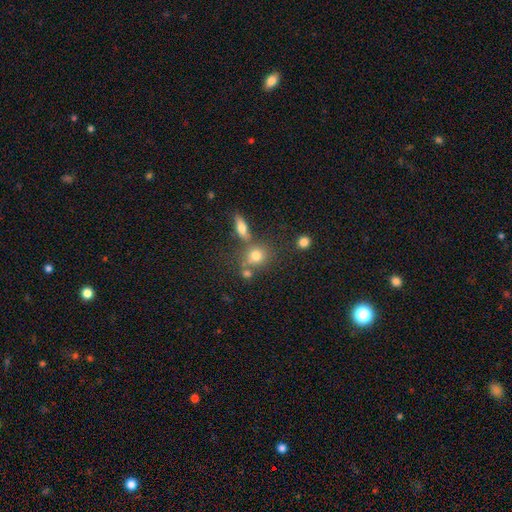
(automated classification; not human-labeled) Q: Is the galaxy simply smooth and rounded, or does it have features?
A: smooth — 55%.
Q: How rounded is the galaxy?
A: round — 73%.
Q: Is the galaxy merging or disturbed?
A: merger — 45%.